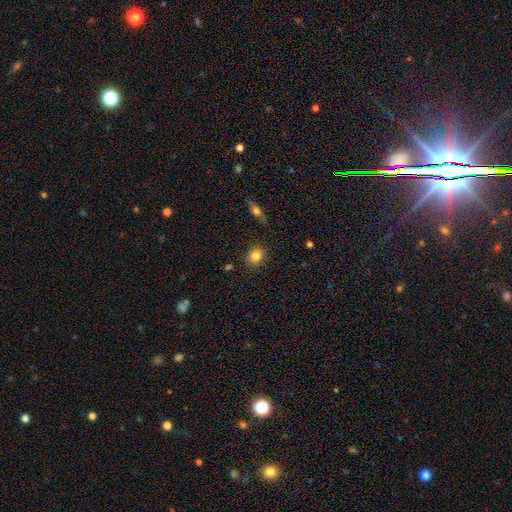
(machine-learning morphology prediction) smooth_or_featured: smooth (p=0.83) [alt: star or artifact p=0.10]
how_rounded: round (p=0.65) [alt: in between p=0.34]
merging: none (p=0.86) [alt: minor disturbance p=0.09]